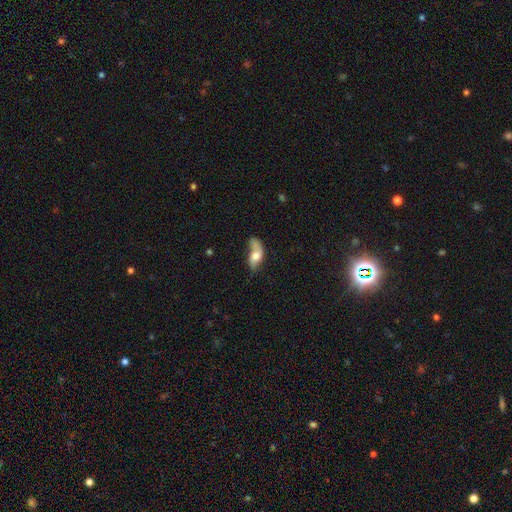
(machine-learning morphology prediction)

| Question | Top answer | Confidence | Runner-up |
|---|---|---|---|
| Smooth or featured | smooth | 58% | featured or disk (34%) |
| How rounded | in between | 81% | cigar-shaped (12%) |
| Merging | minor disturbance | 29% | none (28%) |